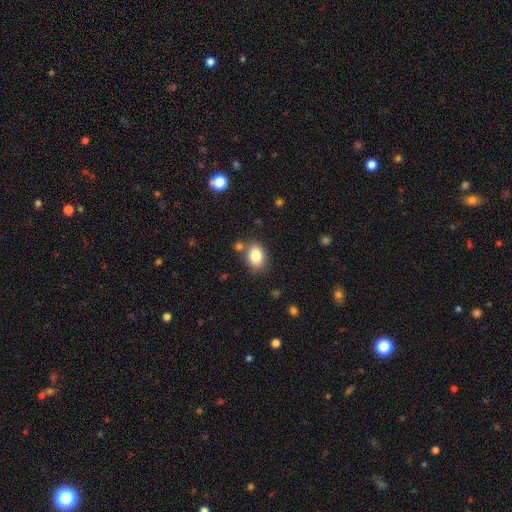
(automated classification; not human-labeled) The model was most divided on "how rounded": in between: 69%, round: 30%, cigar-shaped: 1%. More confident: smooth or featured — smooth (83%); merging — none (74%).